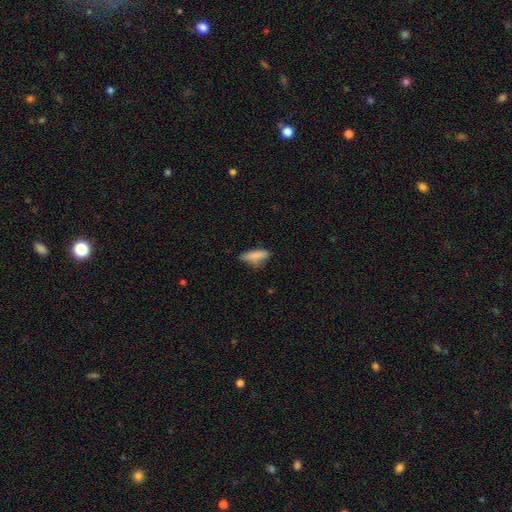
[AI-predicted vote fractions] Smooth or featured? Predicted: smooth (p=0.83). How rounded? Predicted: in between (p=0.53). Merging? Predicted: none (p=0.60).